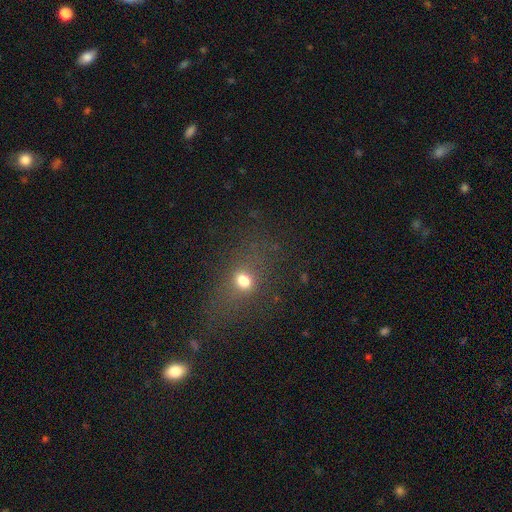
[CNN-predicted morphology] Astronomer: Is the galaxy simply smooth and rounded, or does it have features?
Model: smooth — 49% (runner-up: star or artifact, 34%).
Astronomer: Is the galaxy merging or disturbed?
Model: none — 70%.